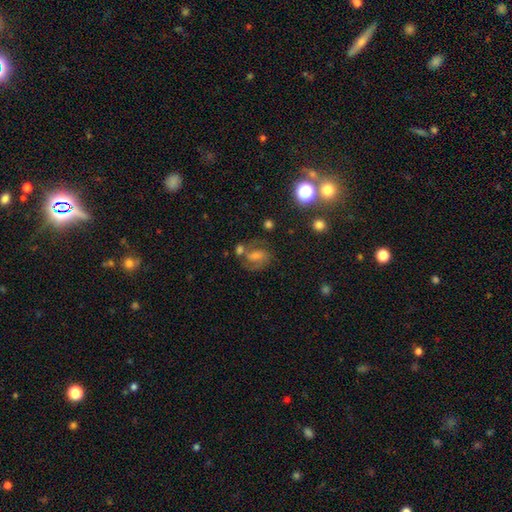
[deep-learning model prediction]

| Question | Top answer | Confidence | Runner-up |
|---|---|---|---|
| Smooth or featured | featured or disk | 50% | smooth (36%) |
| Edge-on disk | no | 96% | yes (4%) |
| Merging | none | 51% | merger (20%) |